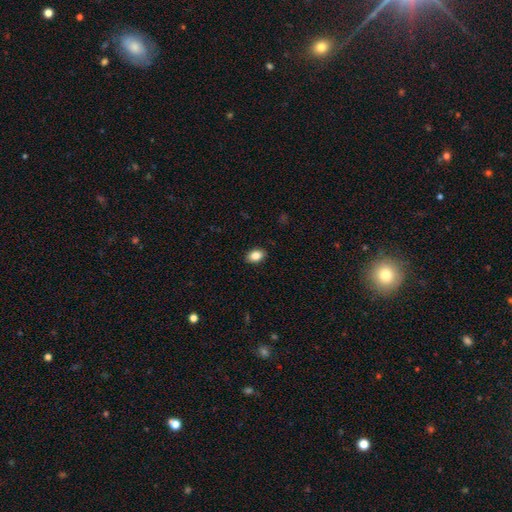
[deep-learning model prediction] smooth-or-featured: smooth: 84% | star or artifact: 8% | featured or disk: 7%
  how-rounded: in between: 80% | round: 18% | cigar-shaped: 1%
  merging: none: 89% | minor disturbance: 8% | major disturbance: 2% | merger: 1%